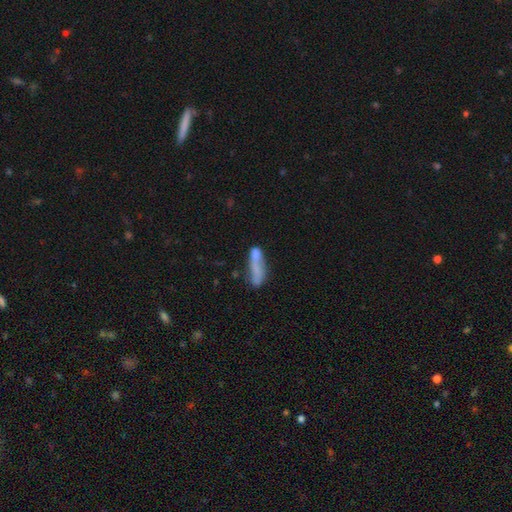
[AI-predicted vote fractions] smooth 63%, featured or disk 28%, star or artifact 9%. Down the decision tree: how rounded — cigar-shaped (68%); merging — none (41%).